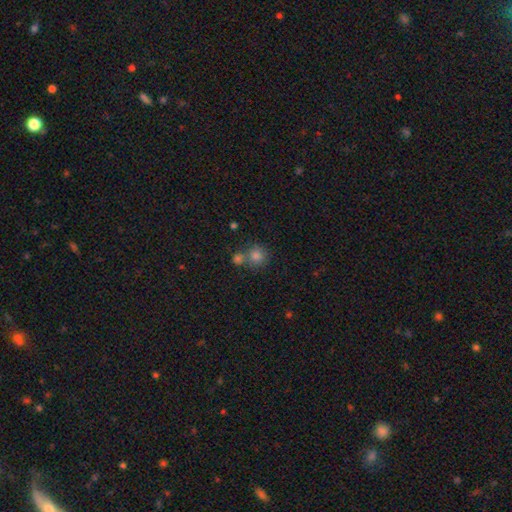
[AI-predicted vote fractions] Smooth or featured: smooth — 78% (star or artifact — 15%)
How rounded: round — 90% (in between — 9%)
Merging: none — 58% (merger — 31%)